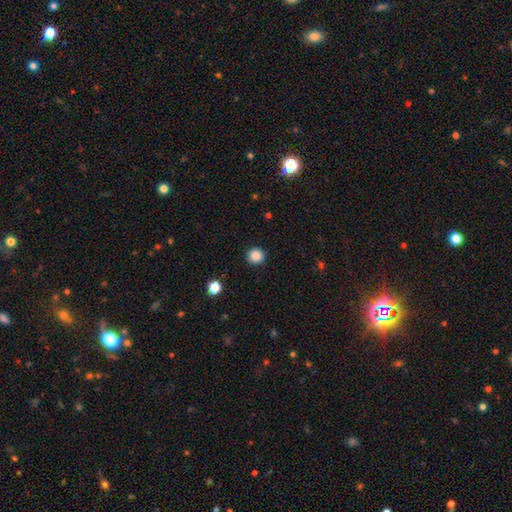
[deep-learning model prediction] This appears to be a smooth galaxy with no disk features (87%) that is round (94%). Merging: none (93%).